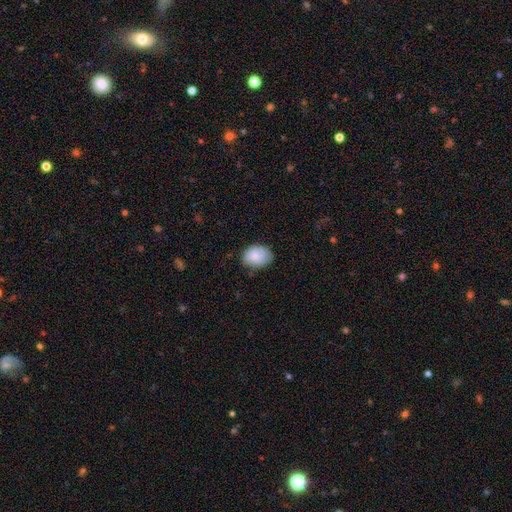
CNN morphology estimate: A smooth galaxy with no disk features (82%) that is in between round and cigar-shaped (66%). Merging: none (75%).